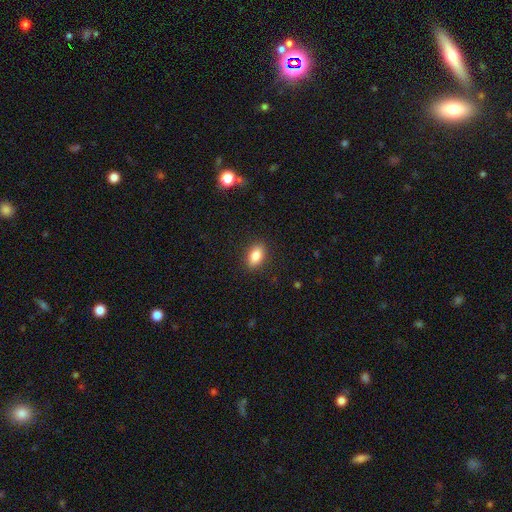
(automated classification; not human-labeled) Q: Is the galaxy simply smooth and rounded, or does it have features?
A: smooth — 85%.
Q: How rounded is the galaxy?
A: in between — 88%.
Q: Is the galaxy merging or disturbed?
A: none — 88%.